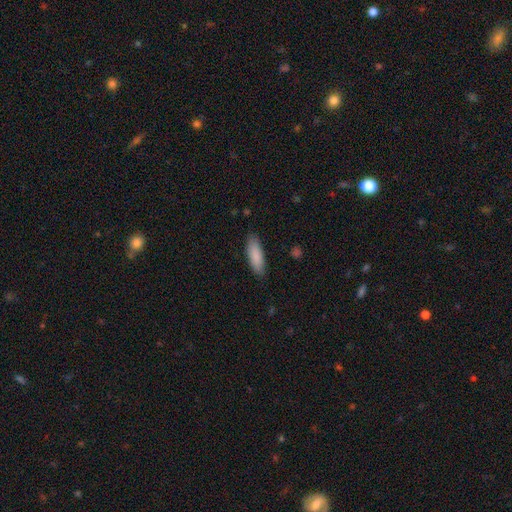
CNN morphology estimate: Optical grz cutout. It shows a smooth galaxy with no disk features (87%) that is in between round and cigar-shaped (55%). Merging: none (87%).